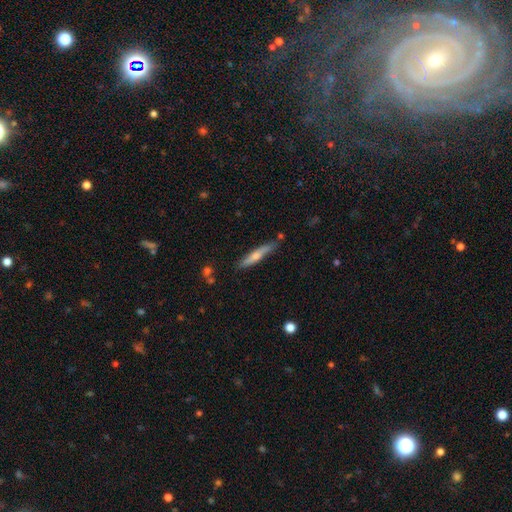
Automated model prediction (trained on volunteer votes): smooth 54%, featured or disk 40%, star or artifact 6%. Down the decision tree: how rounded — cigar-shaped (88%); merging — none (72%).